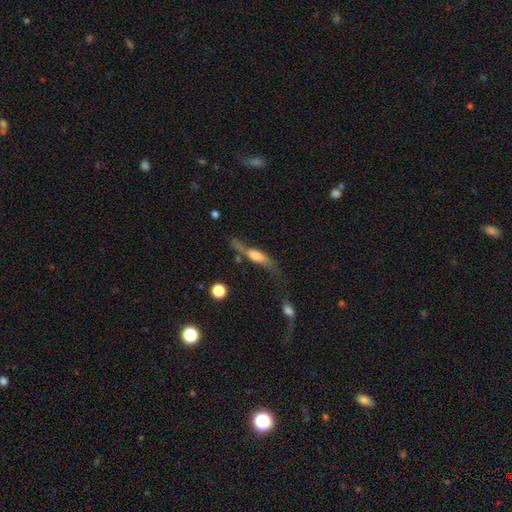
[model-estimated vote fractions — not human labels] smooth-or-featured: featured or disk: 52% | smooth: 40% | star or artifact: 8%
  disk-edge-on: yes: 66% | no: 34%
  merging: none: 42% | minor disturbance: 24% | major disturbance: 22% | merger: 12%